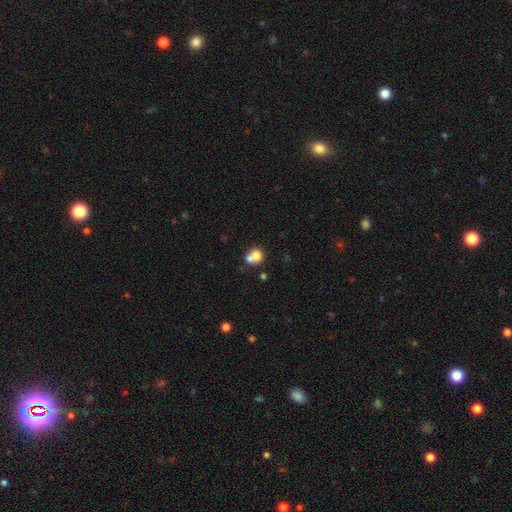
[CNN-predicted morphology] Q: Smooth or featured?
A: smooth (73%); runner-up: featured or disk (17%)
Q: How rounded?
A: round (76%); runner-up: in between (23%)
Q: Merging?
A: merger (57%); runner-up: none (32%)